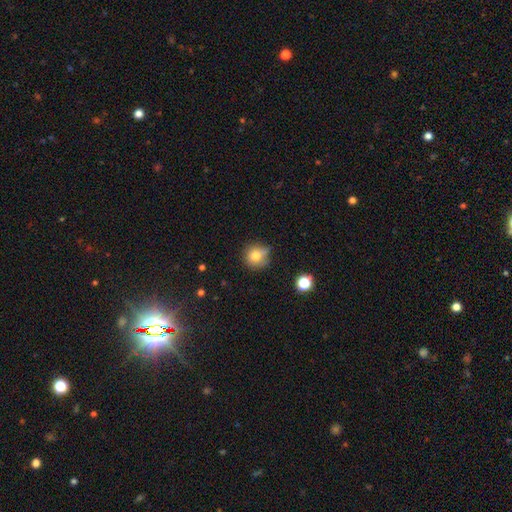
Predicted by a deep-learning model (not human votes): Smooth or featured? smooth (77%)
How rounded? round (88%)
Merging? none (62%)